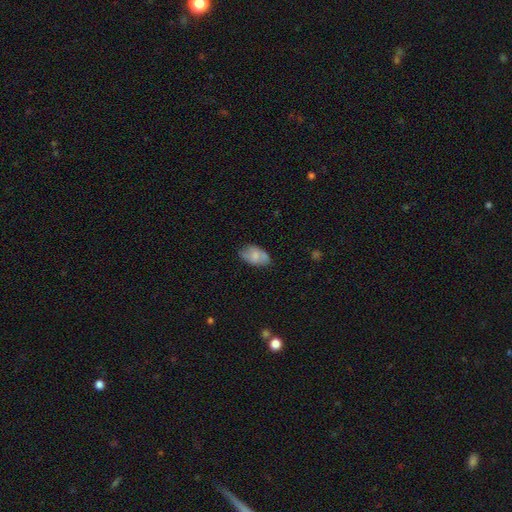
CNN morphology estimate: This appears to be a smooth galaxy with no disk features (71%) that is in between round and cigar-shaped (92%). Merging: none (68%).